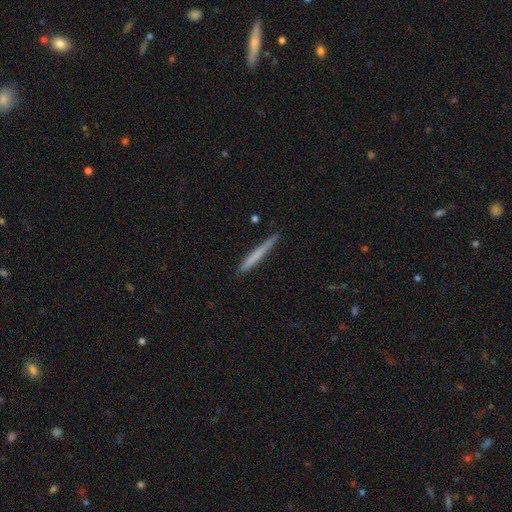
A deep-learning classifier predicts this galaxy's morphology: A smooth galaxy with no disk features (63%) that is cigar-shaped (97%). Merging: none (88%).